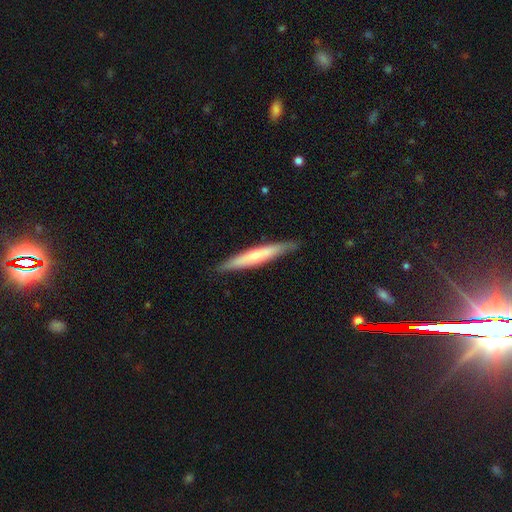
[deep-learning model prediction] smooth_or_featured: smooth (p=0.47) [tied with: featured or disk p=0.47]
merging: none (p=0.88) [alt: minor disturbance p=0.09]